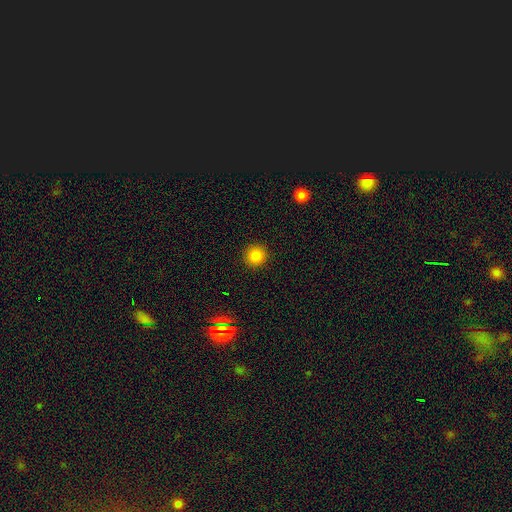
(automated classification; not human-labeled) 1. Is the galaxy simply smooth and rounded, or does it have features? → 84% smooth, 12% star or artifact, 4% featured or disk.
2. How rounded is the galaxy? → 95% round, 4% in between, 1% cigar-shaped.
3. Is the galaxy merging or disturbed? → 92% none, 5% minor disturbance, 2% major disturbance, 1% merger.